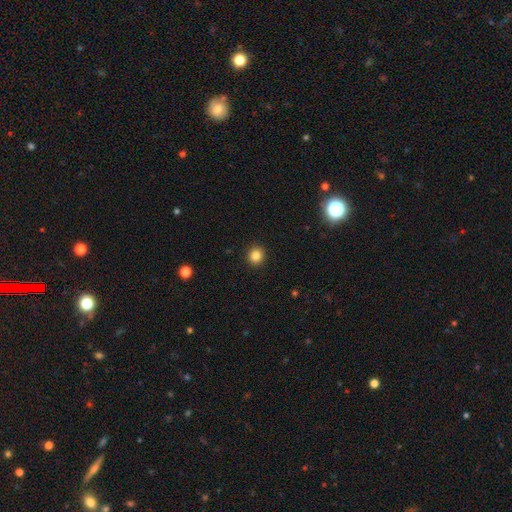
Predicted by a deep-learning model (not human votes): A smooth galaxy with no disk features (85%) that is round (91%). Merging: none (92%).